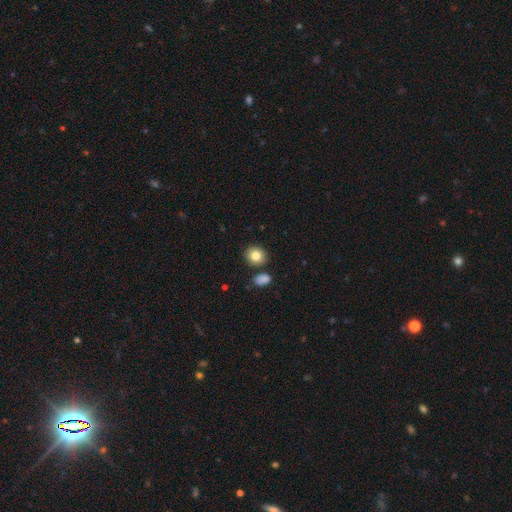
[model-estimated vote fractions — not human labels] A smooth galaxy with no disk features (83%) that is round (75%).

Vote fractions:
- Smooth or featured? smooth: 83% / star or artifact: 9% / featured or disk: 8%
- How rounded? round: 75% / in between: 24% / cigar-shaped: 1%
- Merging? none: 82% / minor disturbance: 9% / merger: 7% / major disturbance: 2%